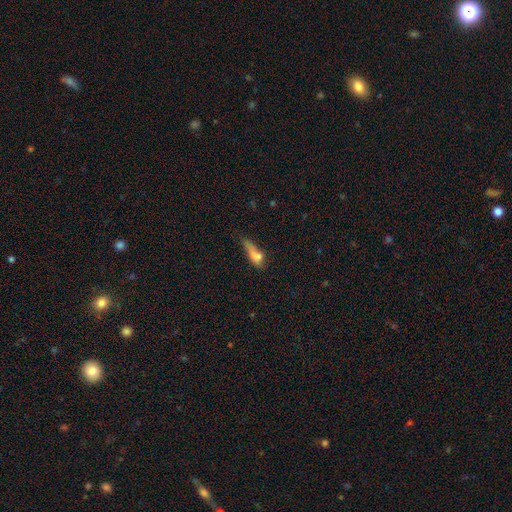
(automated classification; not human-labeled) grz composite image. It shows a smooth galaxy with no disk features (69%) that is in between round and cigar-shaped (57%). Merging: minor disturbance (28%).